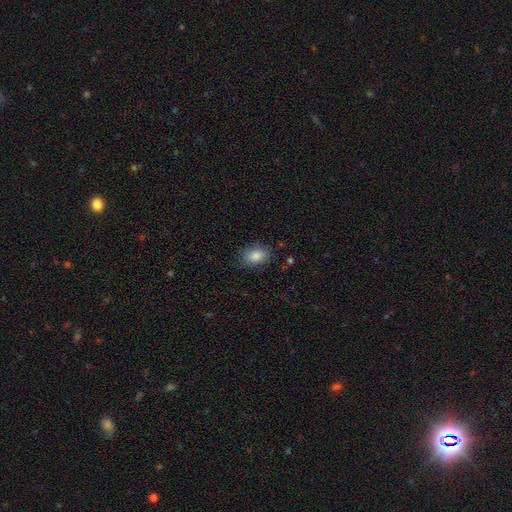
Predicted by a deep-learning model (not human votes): smooth_or_featured: smooth (p=0.85) [alt: star or artifact p=0.08]
how_rounded: in between (p=0.81) [alt: round p=0.17]
merging: none (p=0.83) [alt: minor disturbance p=0.13]